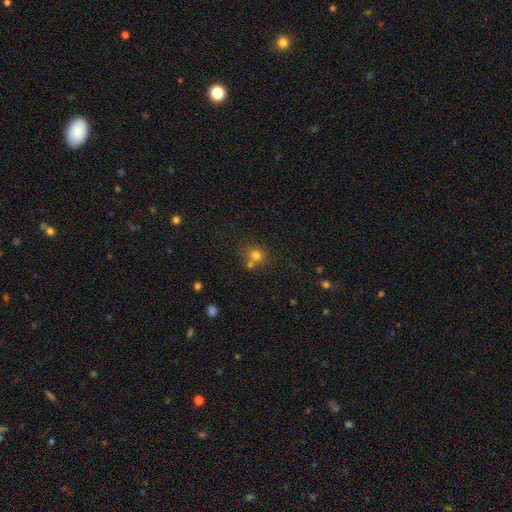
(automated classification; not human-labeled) Smooth or featured? Predicted: smooth (p=0.75). How rounded? Predicted: round (p=0.78). Merging? Predicted: none (p=0.55).